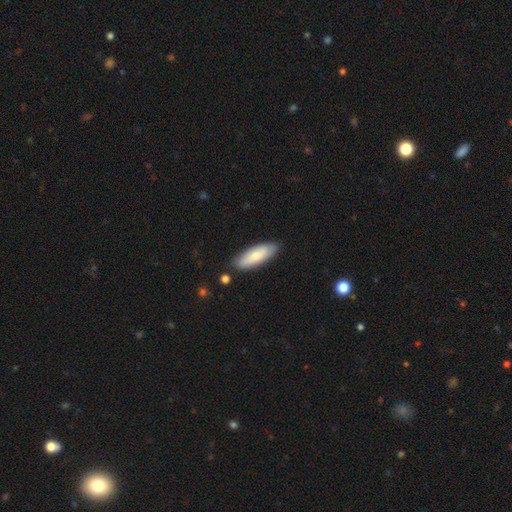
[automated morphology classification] Smooth or featured: smooth — 71% (featured or disk — 24%)
How rounded: in between — 64% (cigar-shaped — 35%)
Merging: none — 84% (minor disturbance — 12%)